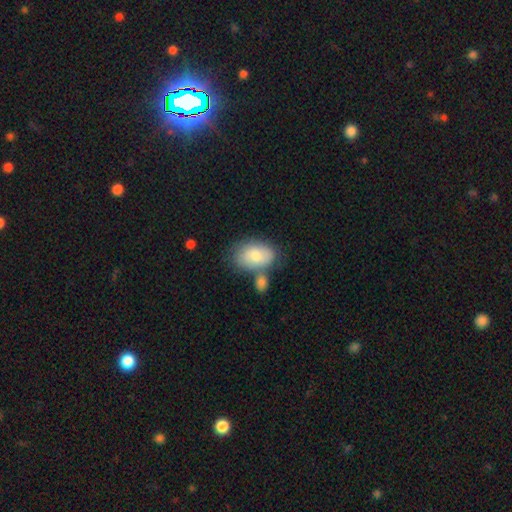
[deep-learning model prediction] A smooth galaxy with no disk features (75%) that is in between round and cigar-shaped (88%). Merging: none (51%).